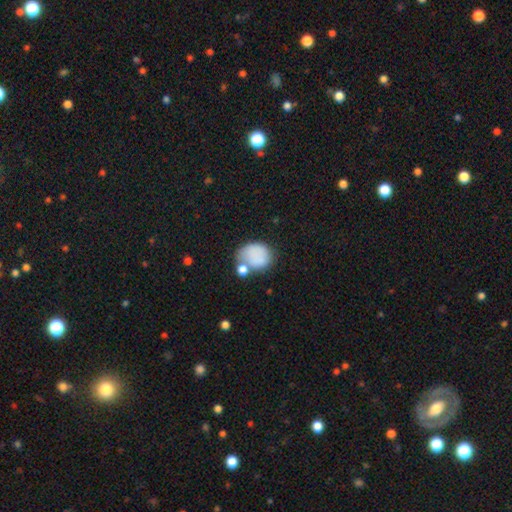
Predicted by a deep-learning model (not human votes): Morphology: type=smooth (78%); roundness=round (54%); merging=none (43%).